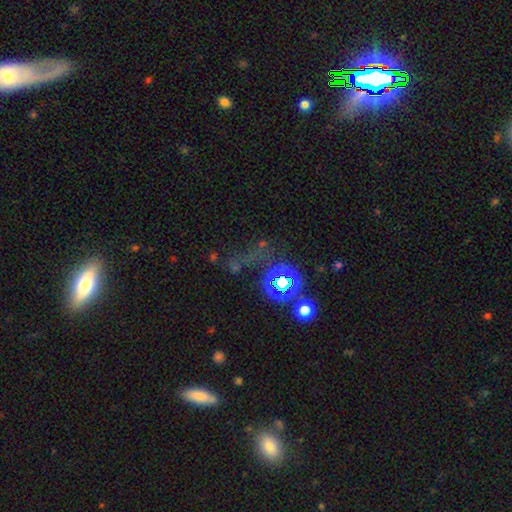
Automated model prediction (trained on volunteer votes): Morphology: type=star or artifact (62%).